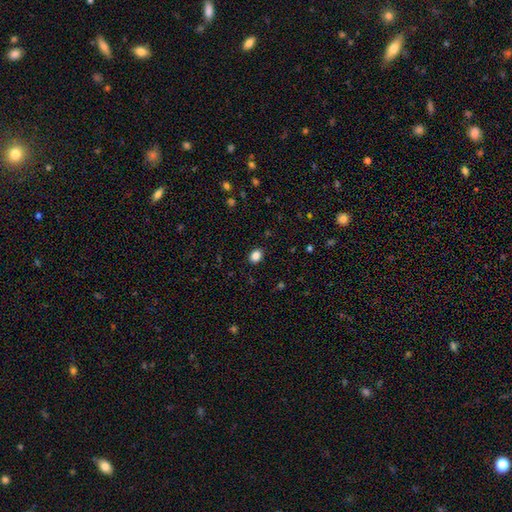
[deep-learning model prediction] Q: Smooth or featured?
A: smooth (86%); runner-up: star or artifact (10%)
Q: How rounded?
A: in between (58%); runner-up: round (41%)
Q: Merging?
A: none (89%); runner-up: minor disturbance (7%)